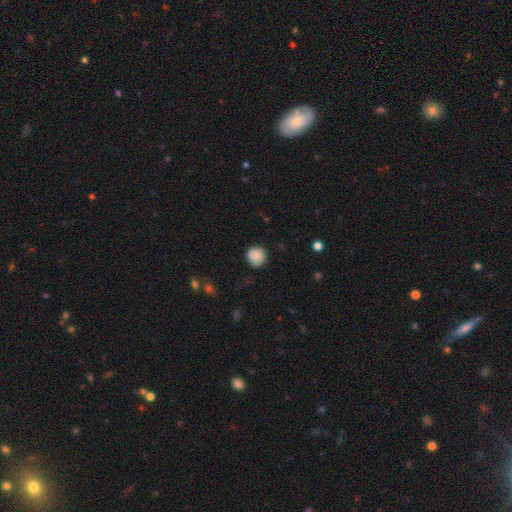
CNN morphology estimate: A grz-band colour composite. It shows a smooth galaxy with no disk features (85%) that is round (90%). Merging: none (76%).